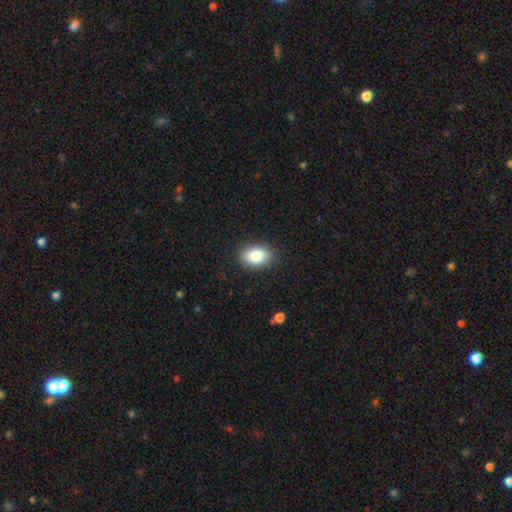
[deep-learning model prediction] Smooth or featured? Predicted: smooth (p=0.84). How rounded? Predicted: in between (p=0.81). Merging? Predicted: none (p=0.88).